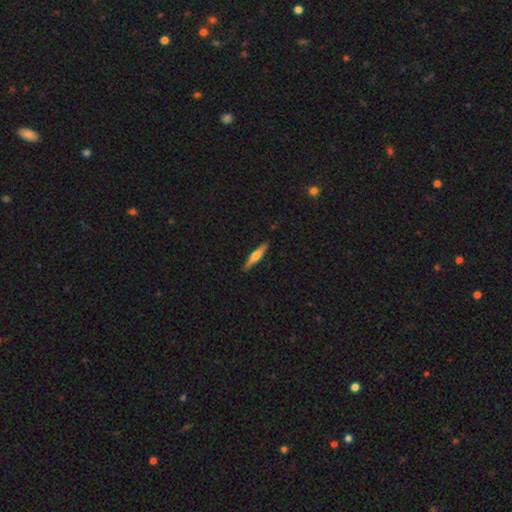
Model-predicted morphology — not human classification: type=featured or disk (56%); edge-on=yes (97%); edge-on bulge=rounded (86%); merging=none (90%).